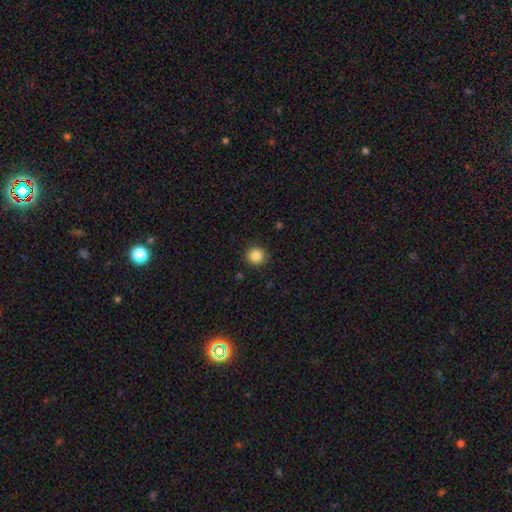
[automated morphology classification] This appears to be a smooth galaxy with no disk features (87%) that is round (92%). Merging: none (91%).